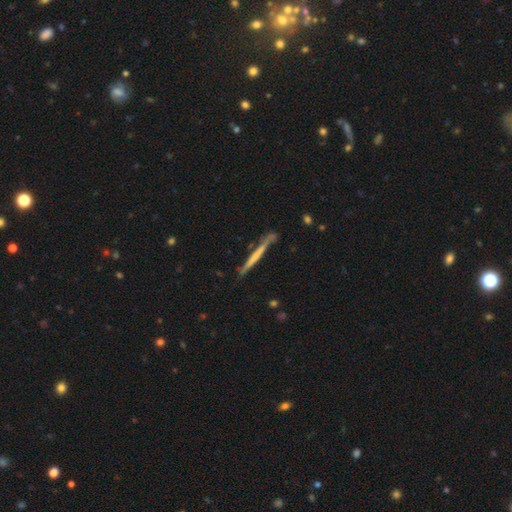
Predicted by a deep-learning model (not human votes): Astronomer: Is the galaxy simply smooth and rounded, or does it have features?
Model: featured or disk — 51% (runner-up: smooth, 43%).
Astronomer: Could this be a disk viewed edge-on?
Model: yes — 95%.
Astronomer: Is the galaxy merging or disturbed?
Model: none — 77%.